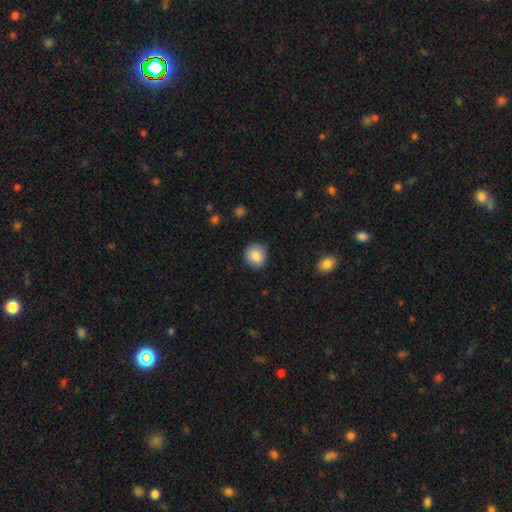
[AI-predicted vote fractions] A smooth galaxy with no disk features (85%) that is round (85%). Merging: none (85%).